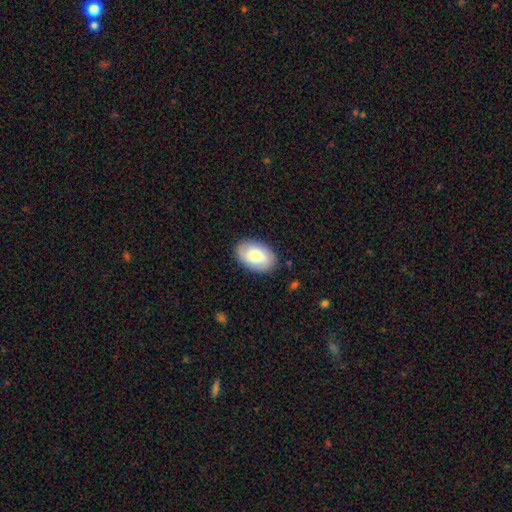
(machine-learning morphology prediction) smooth-or-featured: smooth: 78% | featured or disk: 16% | star or artifact: 6%
  how-rounded: in between: 90% | round: 9% | cigar-shaped: 1%
  merging: none: 86% | minor disturbance: 10% | major disturbance: 3% | merger: 1%